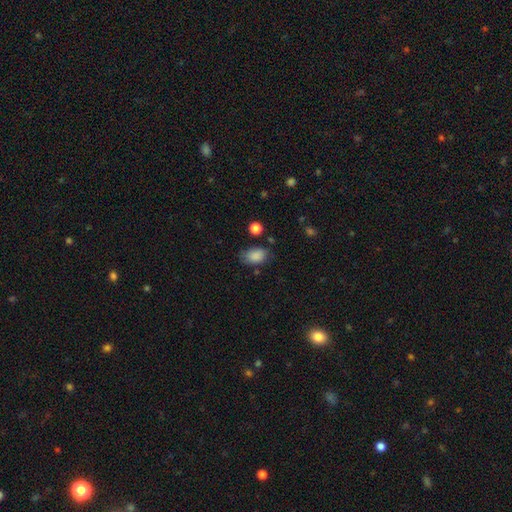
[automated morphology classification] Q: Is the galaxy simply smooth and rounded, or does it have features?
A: smooth — 86%.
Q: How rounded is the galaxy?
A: in between — 85%.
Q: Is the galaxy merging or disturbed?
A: none — 67%.